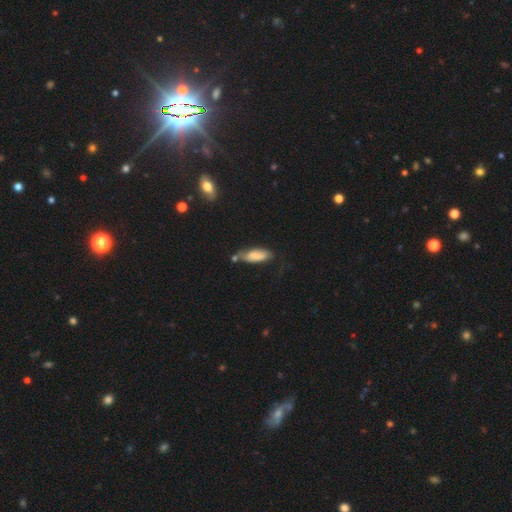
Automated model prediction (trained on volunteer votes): smooth-or-featured: smooth: 70% | featured or disk: 23% | star or artifact: 7%
  how-rounded: in between: 69% | cigar-shaped: 29% | round: 2%
  merging: none: 40% | minor disturbance: 30% | merger: 17% | major disturbance: 13%